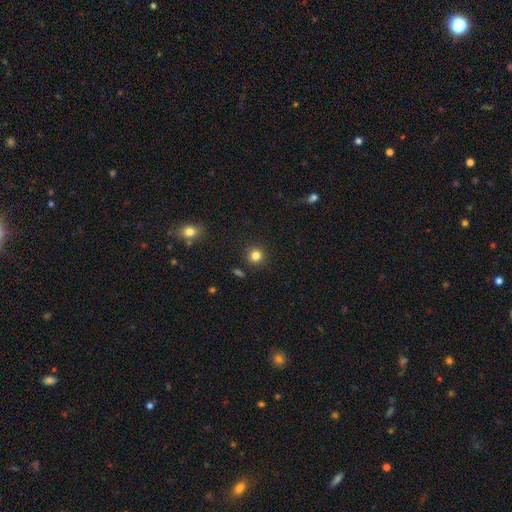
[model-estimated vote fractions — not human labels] This appears to be a smooth galaxy with no disk features (82%) that is round (92%). Merging: none (89%).